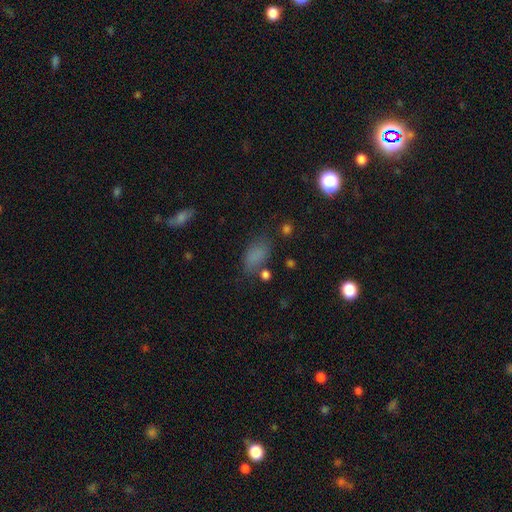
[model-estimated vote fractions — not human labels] A smooth galaxy with no disk features (76%) that is in between round and cigar-shaped (88%). Merging: none (63%).